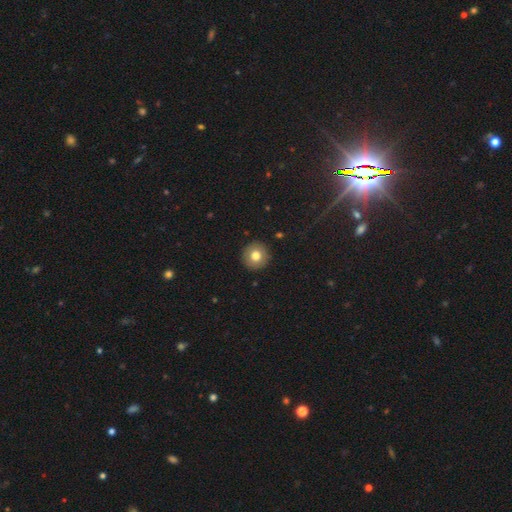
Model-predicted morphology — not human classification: smooth-or-featured: smooth: 76% | featured or disk: 14% | star or artifact: 10%
  how-rounded: round: 95% | in between: 4% | cigar-shaped: 1%
  merging: none: 92% | minor disturbance: 5% | major disturbance: 2% | merger: 1%